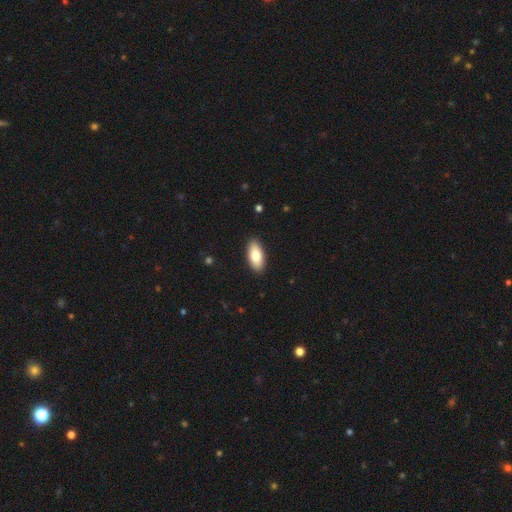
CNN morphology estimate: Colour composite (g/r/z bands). It shows a smooth galaxy with no disk features (78%) that is in between round and cigar-shaped (89%). Merging: none (90%).